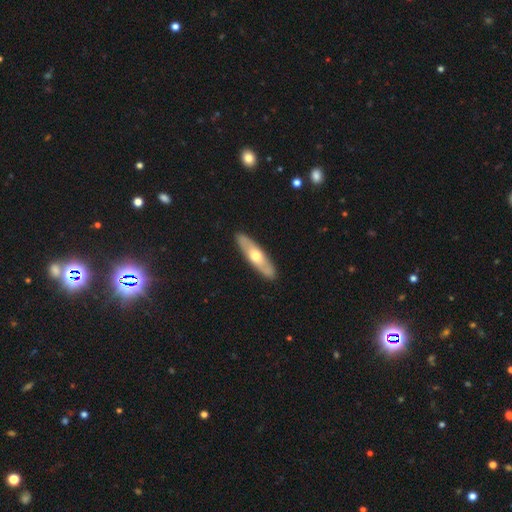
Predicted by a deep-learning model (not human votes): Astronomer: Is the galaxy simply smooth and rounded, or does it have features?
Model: smooth — 48%, tied with featured or disk at 48%.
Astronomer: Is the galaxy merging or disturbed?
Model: none — 90%.